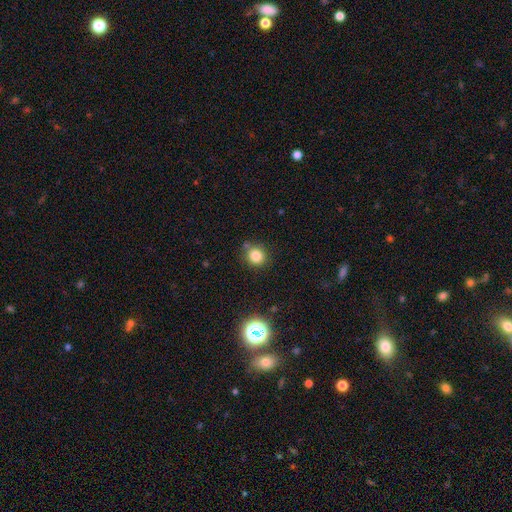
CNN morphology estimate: Smooth or featured? smooth (82%)
How rounded? round (88%)
Merging? none (77%)